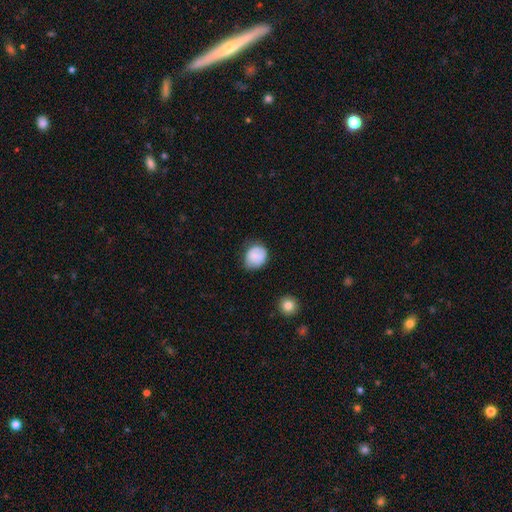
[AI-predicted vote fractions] smooth-or-featured: smooth: 78% | featured or disk: 14% | star or artifact: 8%
  how-rounded: round: 65% | in between: 35% | cigar-shaped: 1%
  merging: none: 63% | minor disturbance: 29% | major disturbance: 6% | merger: 2%